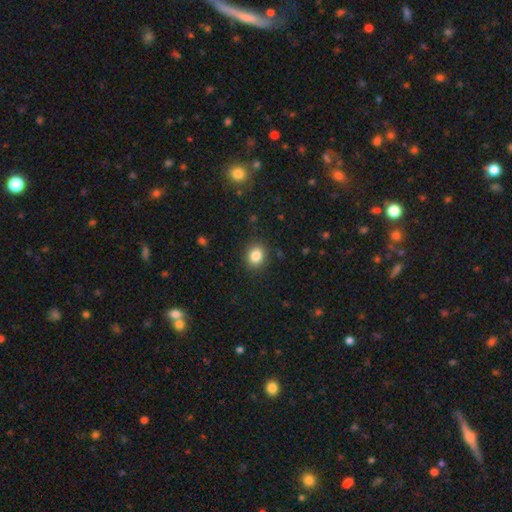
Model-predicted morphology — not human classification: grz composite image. It shows a smooth galaxy with no disk features (84%) that is round (61%). Merging: none (88%).